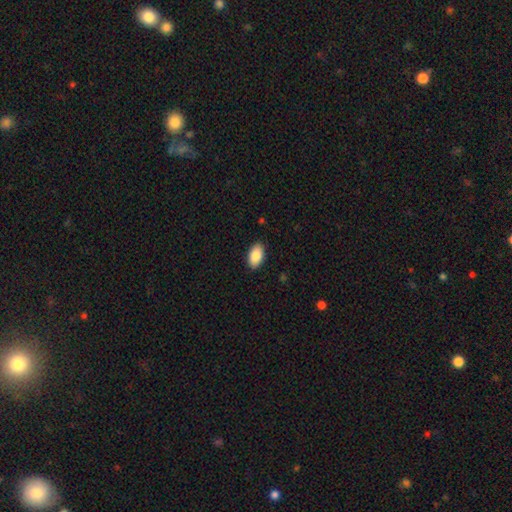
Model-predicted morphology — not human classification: This appears to be a smooth galaxy with no disk features (87%) that is in between round and cigar-shaped (94%). Merging: none (89%).